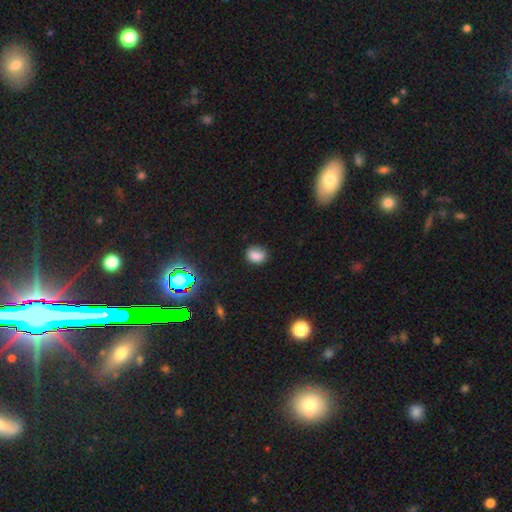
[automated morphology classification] This appears to be a smooth galaxy with no disk features (82%) that is in between round and cigar-shaped (68%). Merging: none (77%).